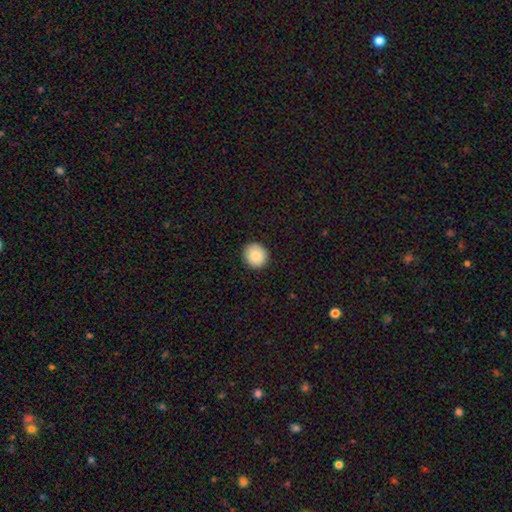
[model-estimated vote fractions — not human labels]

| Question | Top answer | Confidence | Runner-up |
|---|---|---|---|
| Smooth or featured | smooth | 88% | star or artifact (8%) |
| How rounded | round | 89% | in between (10%) |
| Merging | none | 92% | minor disturbance (6%) |